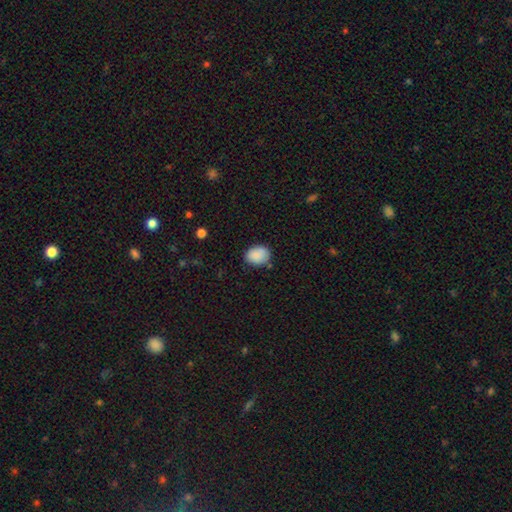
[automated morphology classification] The model was most divided on "how rounded": in between: 64%, round: 35%, cigar-shaped: 1%. More confident: smooth or featured — smooth (89%); merging — none (77%).